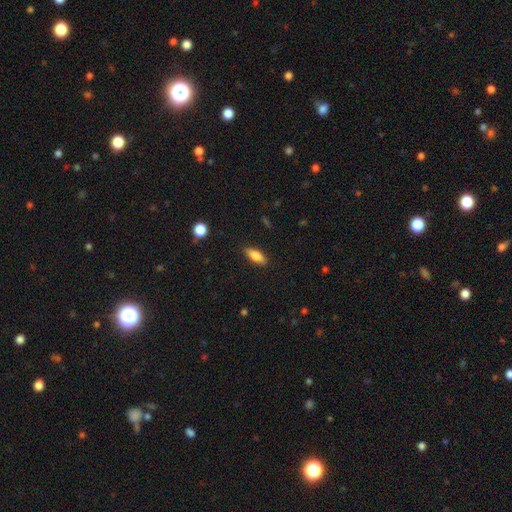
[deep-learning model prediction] Smooth or featured? smooth (83%)
How rounded? in between (75%)
Merging? none (87%)